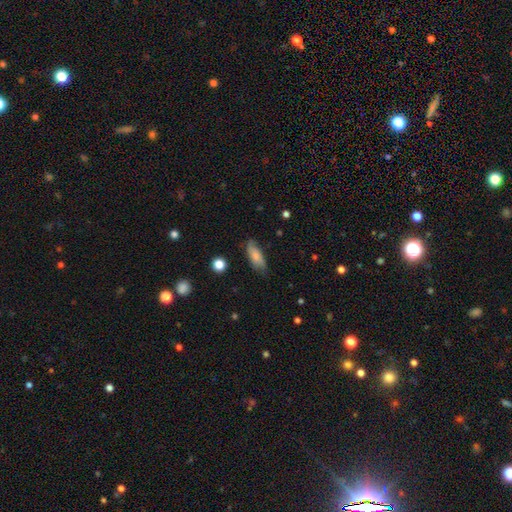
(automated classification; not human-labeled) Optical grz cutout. It shows a smooth galaxy with no disk features (75%) that is in between round and cigar-shaped (73%). Merging: none (71%).